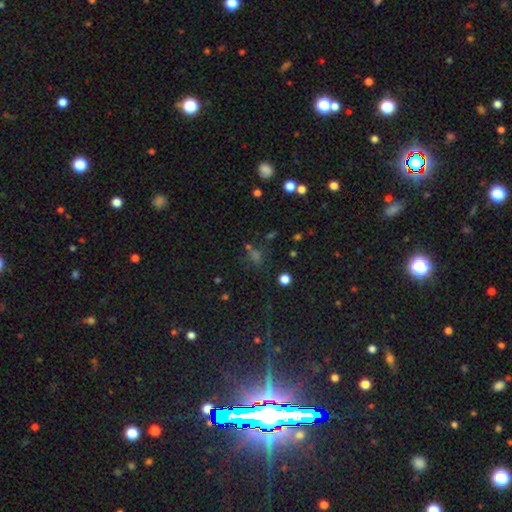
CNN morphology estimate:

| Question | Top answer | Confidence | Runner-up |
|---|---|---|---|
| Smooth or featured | star or artifact | 50% | smooth (41%) |